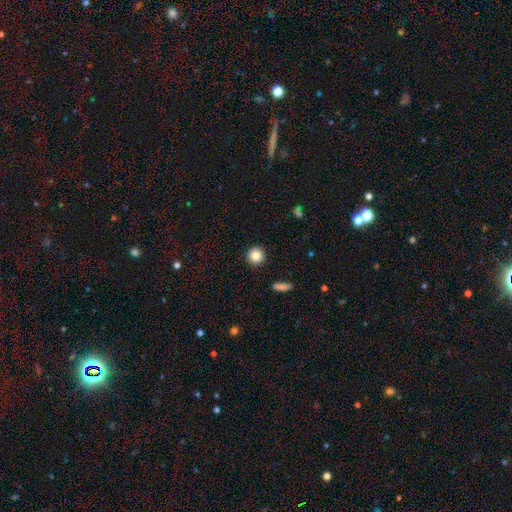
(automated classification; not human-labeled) This appears to be a smooth galaxy with no disk features (86%) that is round (93%). Merging: none (92%).